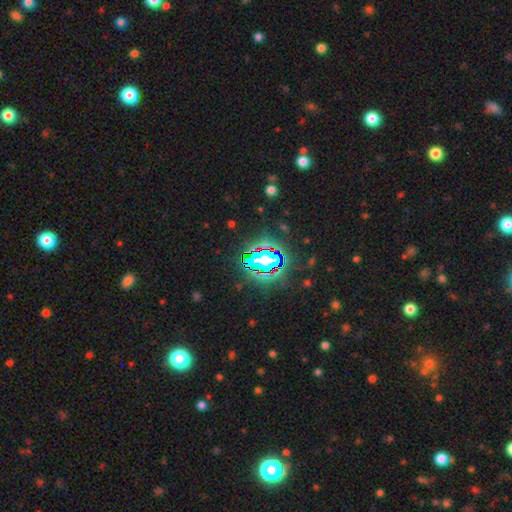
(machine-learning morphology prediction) The model was most divided on "smooth or featured": star or artifact: 79%, smooth: 13%, featured or disk: 8%.